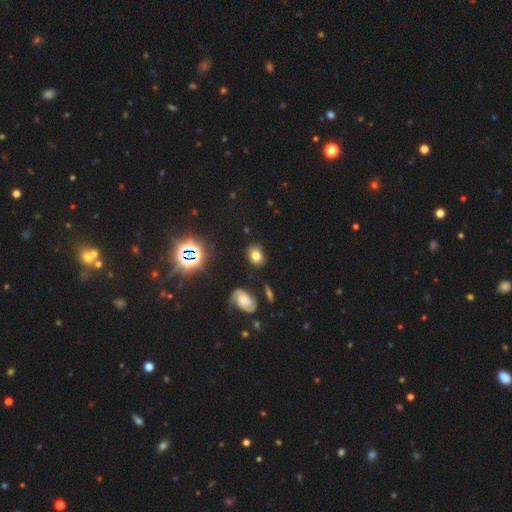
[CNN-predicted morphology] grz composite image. It shows a smooth galaxy with no disk features (68%) that is in between round and cigar-shaped (50%). Merging: none (82%).